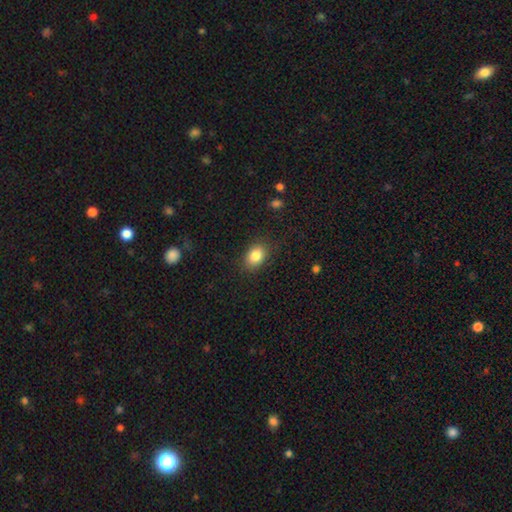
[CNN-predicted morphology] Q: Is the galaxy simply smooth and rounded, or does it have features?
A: smooth — 85%.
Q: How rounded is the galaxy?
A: in between — 71%.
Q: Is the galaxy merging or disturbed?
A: none — 84%.